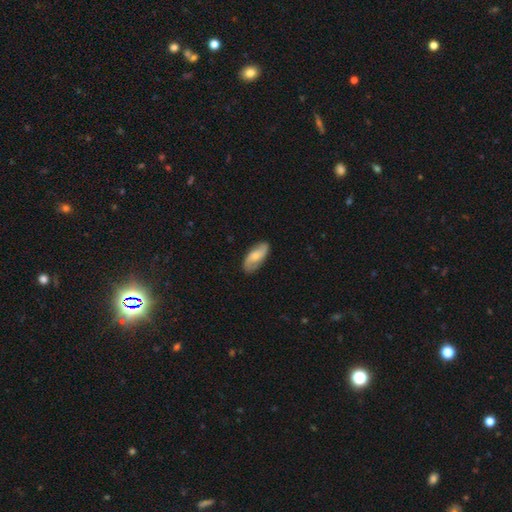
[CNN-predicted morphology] Smooth or featured? Predicted: featured or disk (p=0.56). Edge-on disk? Predicted: no (p=0.93). Bar? Predicted: no (p=0.58). Spiral arms? Predicted: yes (p=0.92). Bulge size? Predicted: moderate (p=0.42). Merging? Predicted: none (p=0.83).